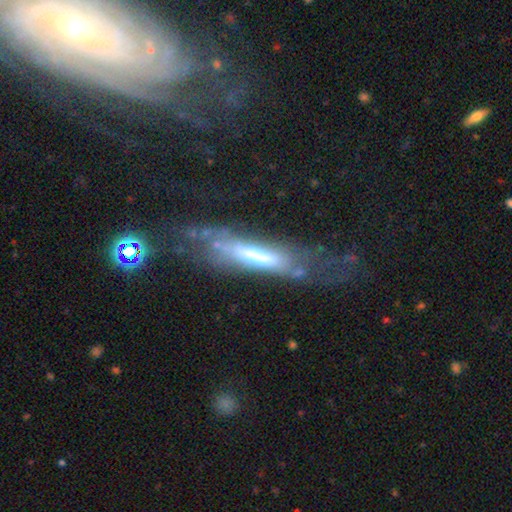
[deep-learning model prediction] This appears to be a featured or disk galaxy (53%) viewed edge-on (55%). Merging: none (40%).